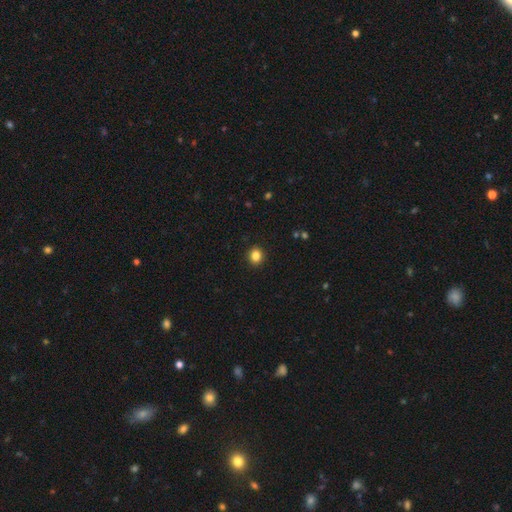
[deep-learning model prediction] Smooth or featured?
  - smooth: 85% *
  - star or artifact: 11%
  - featured or disk: 4%
How rounded?
  - round: 78% *
  - in between: 21%
  - cigar-shaped: 1%
Merging?
  - none: 92% *
  - minor disturbance: 5%
  - major disturbance: 2%
  - merger: 1%